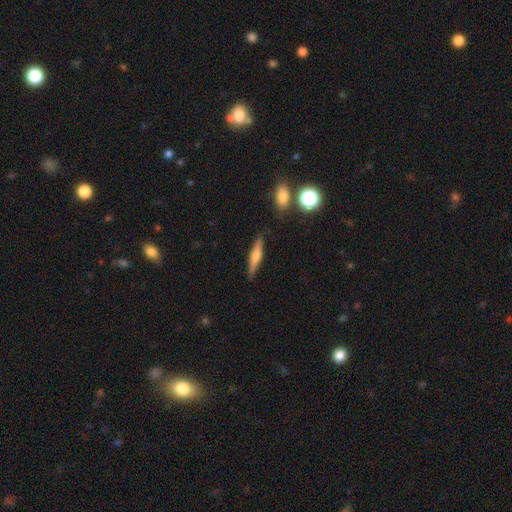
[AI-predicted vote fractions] Smooth or featured? smooth (51%)
How rounded? cigar-shaped (85%)
Merging? none (86%)